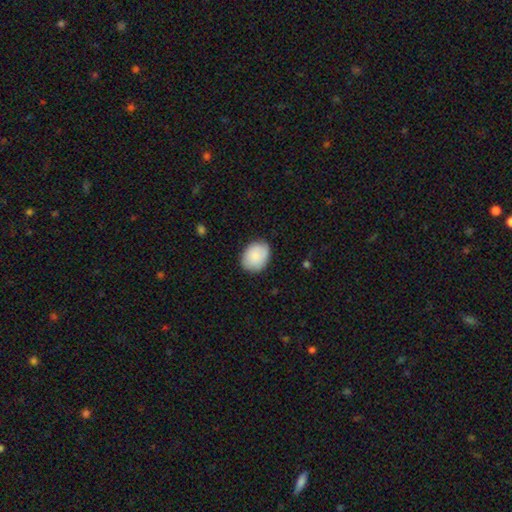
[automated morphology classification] A smooth galaxy with no disk features (84%) that is in between round and cigar-shaped (62%). Merging: none (81%).